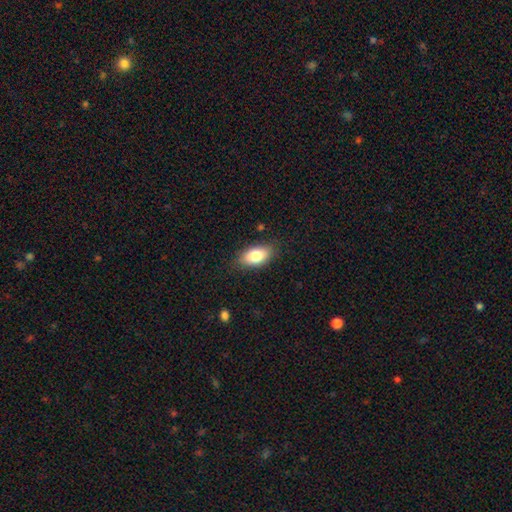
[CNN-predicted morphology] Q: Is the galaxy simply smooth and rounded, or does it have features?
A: smooth — 79%.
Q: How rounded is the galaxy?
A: in between — 90%.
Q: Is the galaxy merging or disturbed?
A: none — 84%.